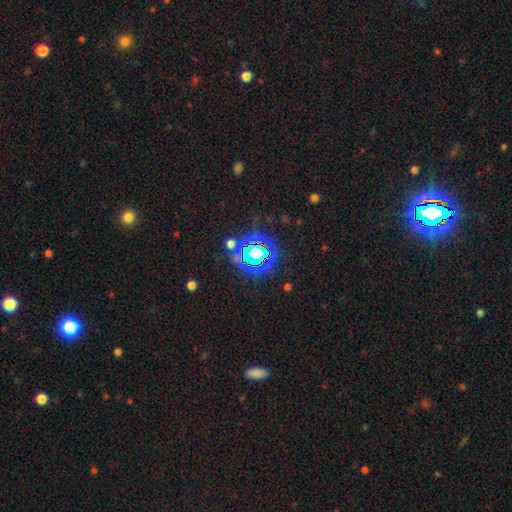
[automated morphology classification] A star or artifact, not a galaxy (77%).